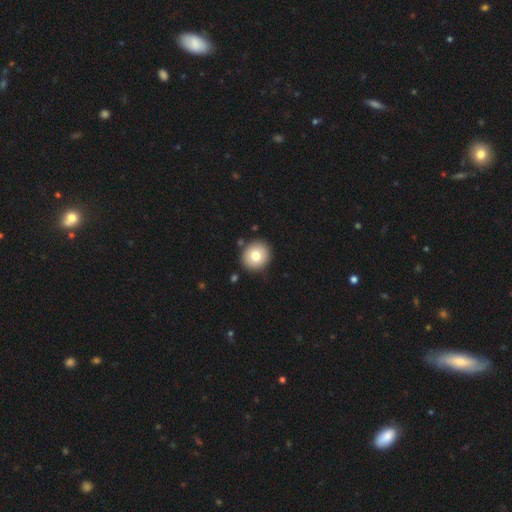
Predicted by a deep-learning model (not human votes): A smooth galaxy with no disk features (76%) that is round (86%). Merging: none (89%).